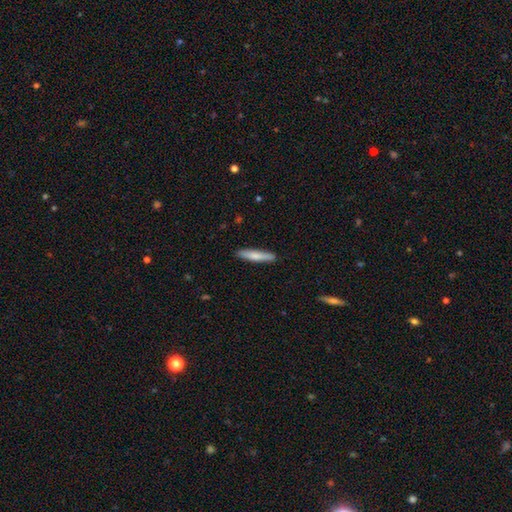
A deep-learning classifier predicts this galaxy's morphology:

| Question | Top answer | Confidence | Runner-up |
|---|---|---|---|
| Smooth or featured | smooth | 74% | featured or disk (21%) |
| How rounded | cigar-shaped | 90% | in between (9%) |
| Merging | none | 89% | minor disturbance (8%) |